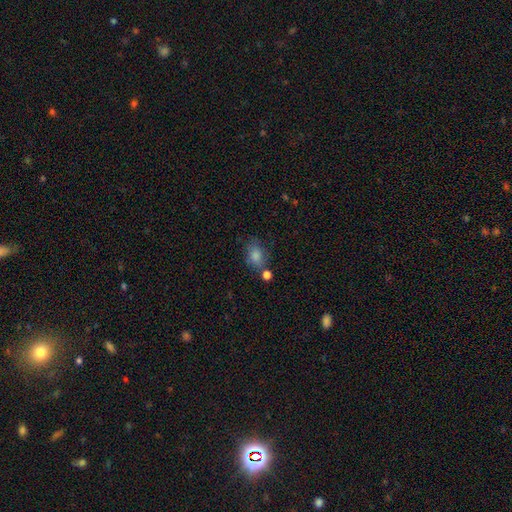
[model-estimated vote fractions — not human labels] Smooth or featured? Predicted: smooth (p=0.82). How rounded? Predicted: in between (p=0.74). Merging? Predicted: none (p=0.61).